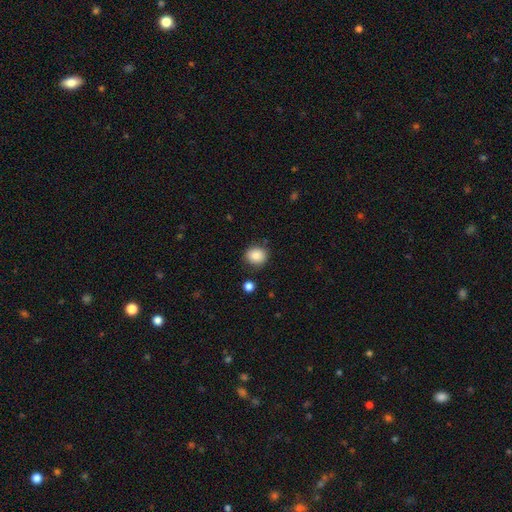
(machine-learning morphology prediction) A smooth galaxy with no disk features (87%) that is round (76%).

Vote fractions:
- Smooth or featured? smooth: 87% / star or artifact: 9% / featured or disk: 5%
- How rounded? round: 76% / in between: 23% / cigar-shaped: 1%
- Merging? none: 84% / minor disturbance: 10% / major disturbance: 3% / merger: 3%